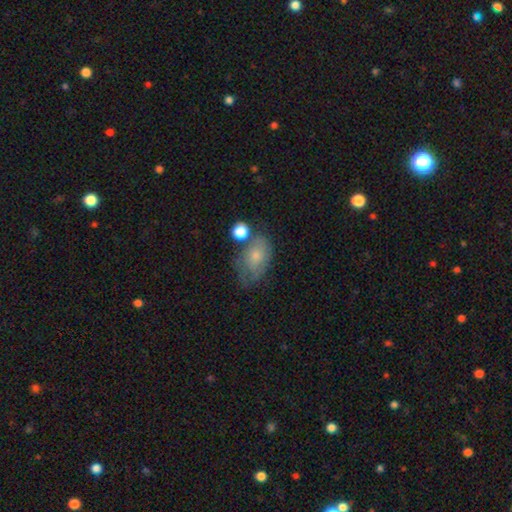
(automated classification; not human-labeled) Smooth or featured?
  - smooth: 61% *
  - featured or disk: 30%
  - star or artifact: 9%
How rounded?
  - in between: 81% *
  - round: 18%
  - cigar-shaped: 2%
Merging?
  - none: 41% *
  - minor disturbance: 29%
  - major disturbance: 17%
  - merger: 12%